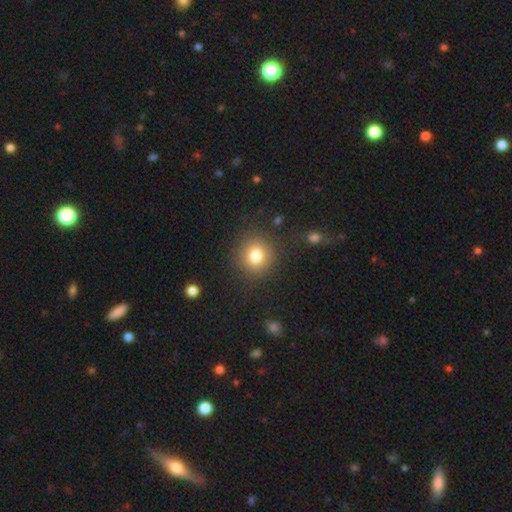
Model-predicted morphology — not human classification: Overall: smooth (80%). How rounded: round (88%). Merging: none (85%).